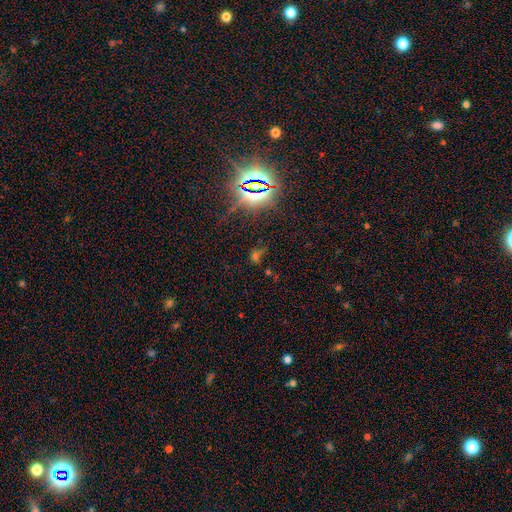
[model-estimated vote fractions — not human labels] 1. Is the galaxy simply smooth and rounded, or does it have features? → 66% star or artifact, 23% smooth, 11% featured or disk.